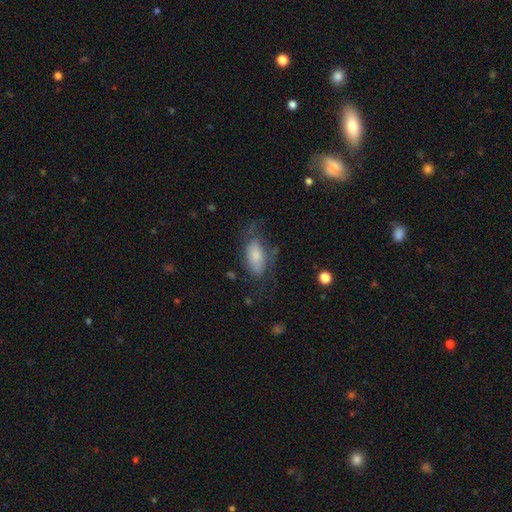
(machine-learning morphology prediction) This appears to be a smooth galaxy with no disk features (65%) that is in between round and cigar-shaped (91%). Merging: none (43%).